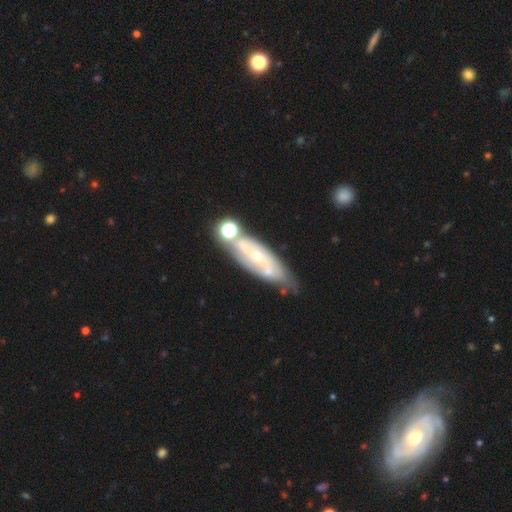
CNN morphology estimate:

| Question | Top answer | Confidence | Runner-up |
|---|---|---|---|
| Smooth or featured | featured or disk | 71% | smooth (22%) |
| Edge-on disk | no | 82% | yes (18%) |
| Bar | no | 64% | weak (25%) |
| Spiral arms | yes | 72% | no (28%) |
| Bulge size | small | 63% | moderate (33%) |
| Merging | none | 55% | minor disturbance (20%) |